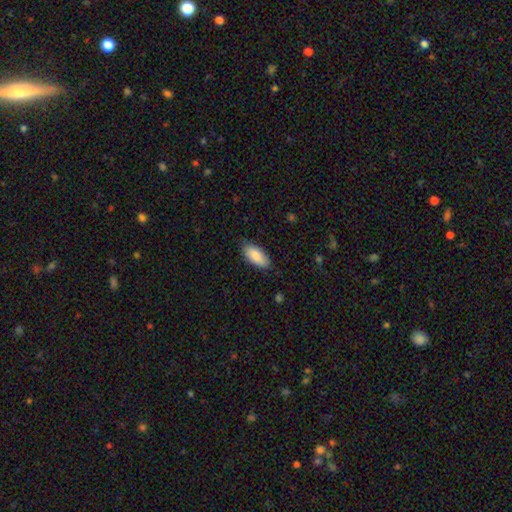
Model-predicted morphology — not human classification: A smooth galaxy with no disk features (87%) that is in between round and cigar-shaped (90%). Merging: none (82%).